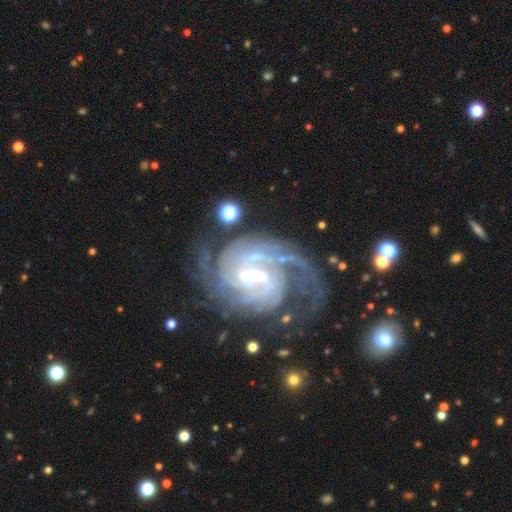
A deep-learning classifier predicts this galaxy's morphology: Q: Smooth or featured?
A: featured or disk (91%); runner-up: star or artifact (5%)
Q: Edge-on disk?
A: no (98%); runner-up: yes (2%)
Q: Bar?
A: weak (46%); runner-up: strong (37%)
Q: Spiral arms?
A: yes (98%); runner-up: no (2%)
Q: Spiral winding?
A: tight (48%); runner-up: medium (40%)
Q: Spiral arm count?
A: 2 (36%); runner-up: 3 (18%)
Q: Bulge size?
A: small (69%); runner-up: moderate (25%)
Q: Merging?
A: none (58%); runner-up: minor disturbance (19%)